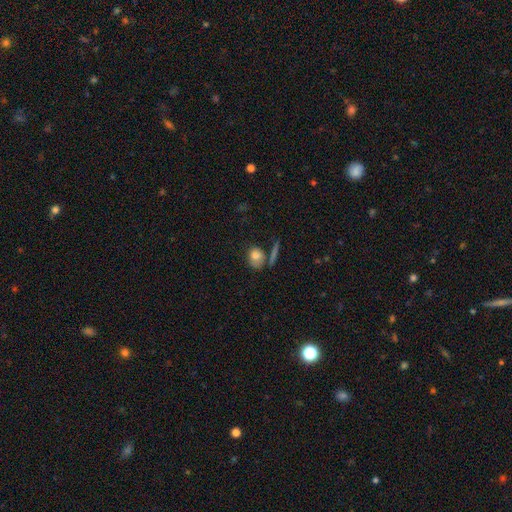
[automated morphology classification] smooth 78%, featured or disk 13%, star or artifact 10%. Down the decision tree: how rounded — round (53%); merging — none (56%).